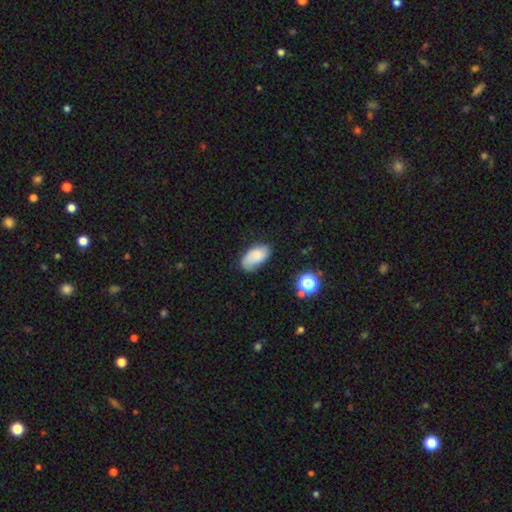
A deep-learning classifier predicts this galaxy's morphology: This is clearly a smooth galaxy (81%). How rounded: clearly in between (94%). Merging: likely none (67%).